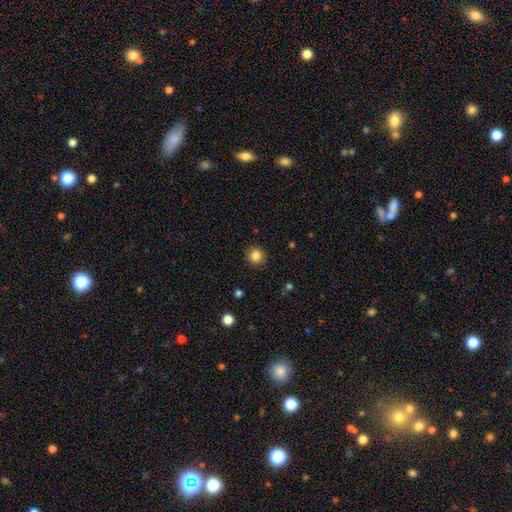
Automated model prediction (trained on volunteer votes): smooth_or_featured: smooth (p=0.84) [alt: star or artifact p=0.11]
how_rounded: round (p=0.91) [alt: in between p=0.08]
merging: none (p=0.91) [alt: minor disturbance p=0.06]